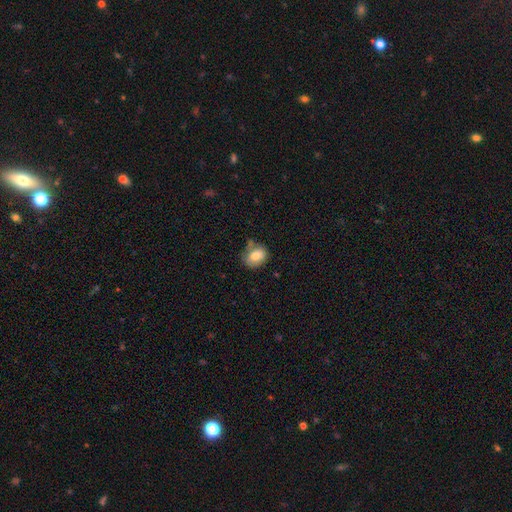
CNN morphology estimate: smooth-or-featured: smooth: 80% | featured or disk: 12% | star or artifact: 8%
  how-rounded: in between: 58% | round: 40% | cigar-shaped: 1%
  merging: none: 58% | minor disturbance: 25% | merger: 9% | major disturbance: 7%